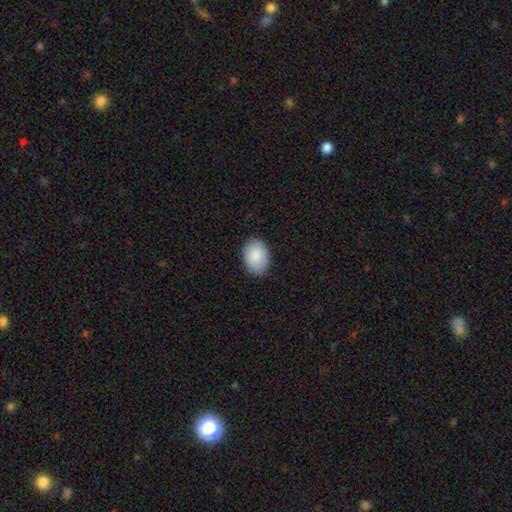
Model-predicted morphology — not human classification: This appears to be a smooth galaxy with no disk features (88%) that is in between round and cigar-shaped (82%). Merging: none (86%).